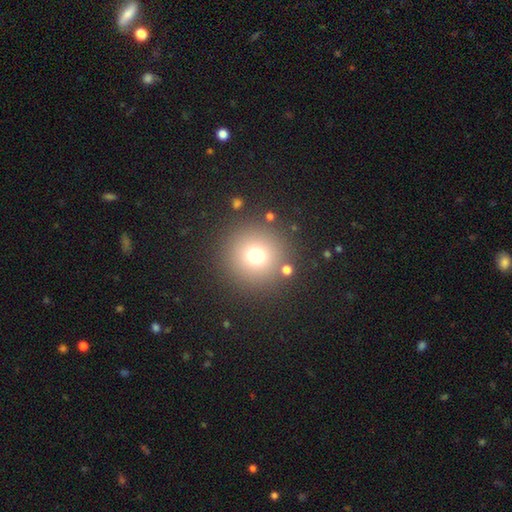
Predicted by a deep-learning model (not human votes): Smooth or featured? Predicted: smooth (p=0.71). How rounded? Predicted: round (p=0.95). Merging? Predicted: none (p=0.85).